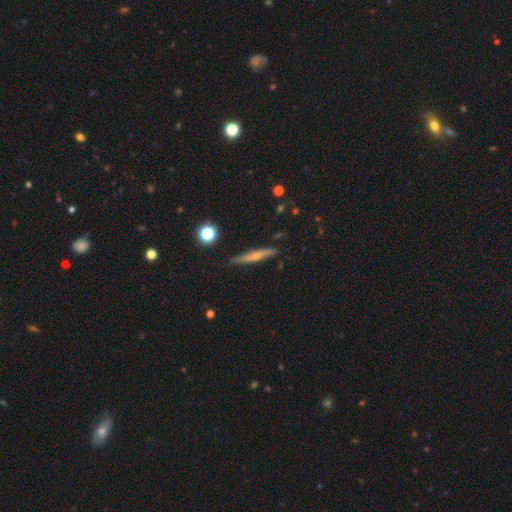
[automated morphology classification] smooth 47%, featured or disk 45%, star or artifact 8%. Down the decision tree: merging — none (81%).